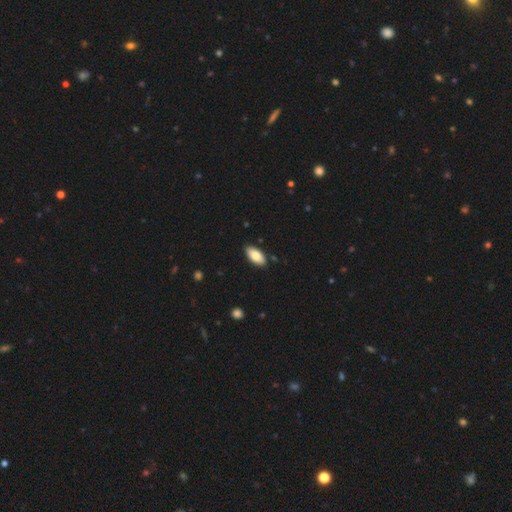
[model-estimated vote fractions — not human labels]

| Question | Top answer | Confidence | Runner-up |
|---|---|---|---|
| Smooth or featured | smooth | 82% | featured or disk (11%) |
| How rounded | in between | 90% | cigar-shaped (8%) |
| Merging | none | 87% | minor disturbance (10%) |